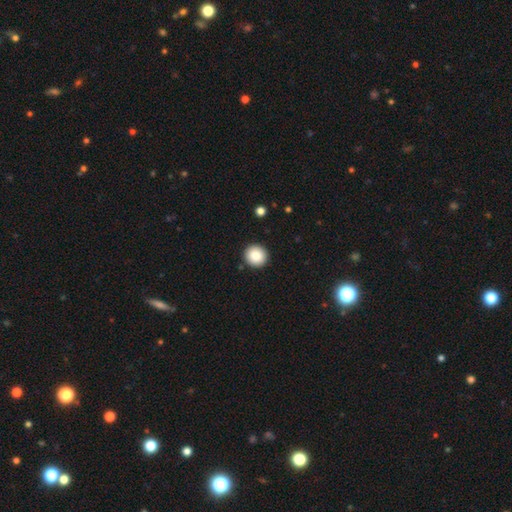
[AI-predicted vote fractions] smooth 87%, star or artifact 8%, featured or disk 4%. Down the decision tree: how rounded — round (93%); merging — none (92%).